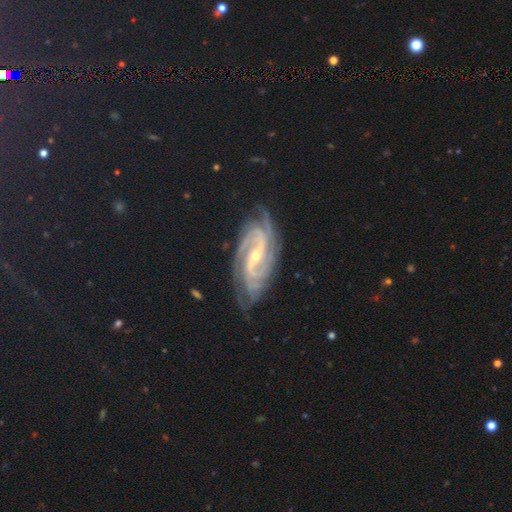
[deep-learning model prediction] Q: Smooth or featured?
A: featured or disk (92%); runner-up: star or artifact (5%)
Q: Edge-on disk?
A: no (96%); runner-up: yes (4%)
Q: Bar?
A: weak (40%); runner-up: strong (35%)
Q: Spiral arms?
A: yes (99%); runner-up: no (1%)
Q: Spiral winding?
A: tight (54%); runner-up: medium (38%)
Q: Spiral arm count?
A: 2 (28%); runner-up: 3 (23%)
Q: Bulge size?
A: small (71%); runner-up: moderate (26%)
Q: Merging?
A: none (77%); runner-up: minor disturbance (16%)